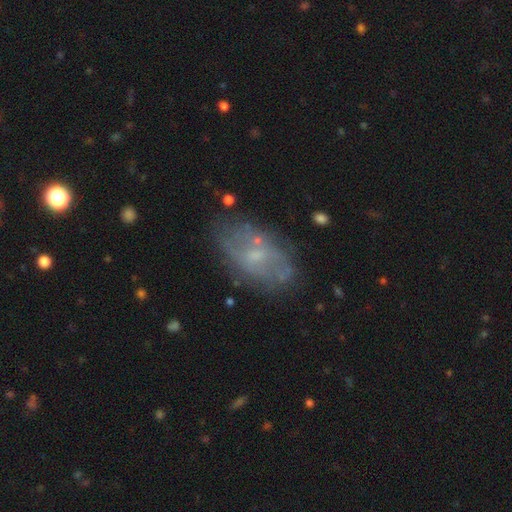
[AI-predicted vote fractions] A featured or disk galaxy (54%) with no bar (66%), spiral arms (53%) and a small central bulge (66%).

Vote fractions:
- Smooth or featured? featured or disk: 54% / smooth: 31% / star or artifact: 15%
- Edge-on disk? no: 93% / yes: 7%
- Bar? no: 66% / weak: 28% / strong: 6%
- Spiral arms? yes: 53% / no: 47%
- Bulge size? small: 66% / moderate: 20% / none: 12% / large: 1% / dominant: 1%
- Merging? none: 74% / minor disturbance: 17% / major disturbance: 7% / merger: 3%